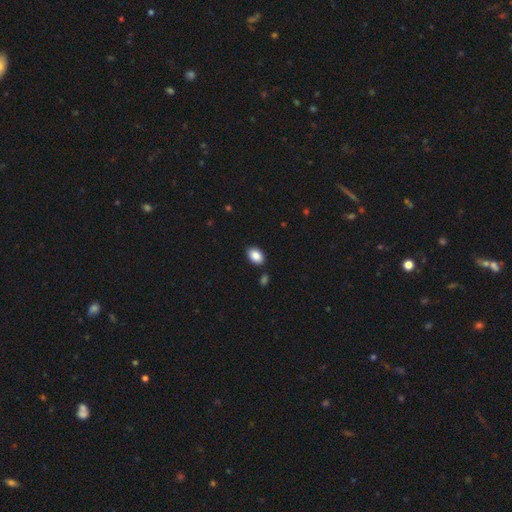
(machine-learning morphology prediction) Smooth or featured? smooth (88%)
How rounded? in between (86%)
Merging? none (85%)